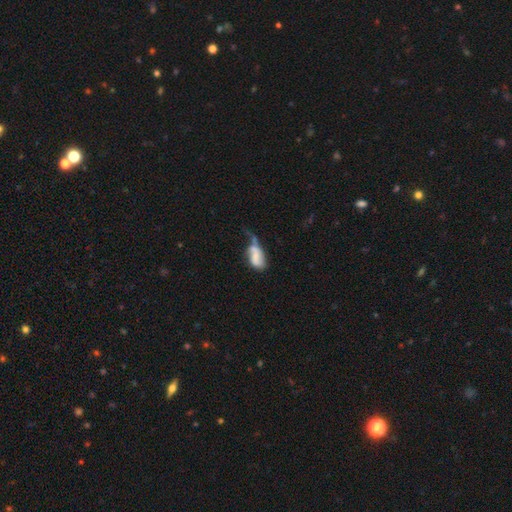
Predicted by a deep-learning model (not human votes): Smooth or featured? smooth (53%)
How rounded? in between (88%)
Merging? major disturbance (37%)